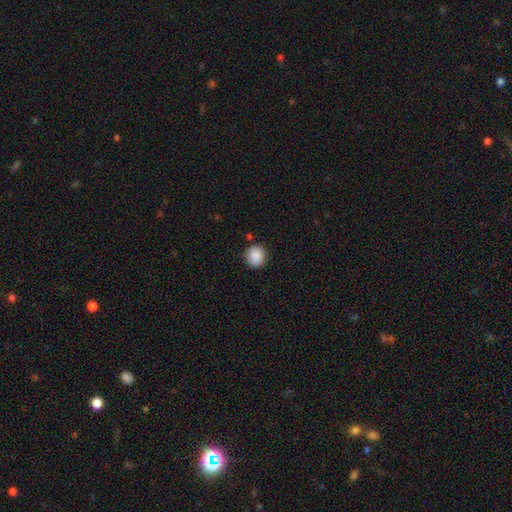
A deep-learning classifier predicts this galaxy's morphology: This appears to be a smooth galaxy with no disk features (88%) that is round (86%). Merging: none (84%).